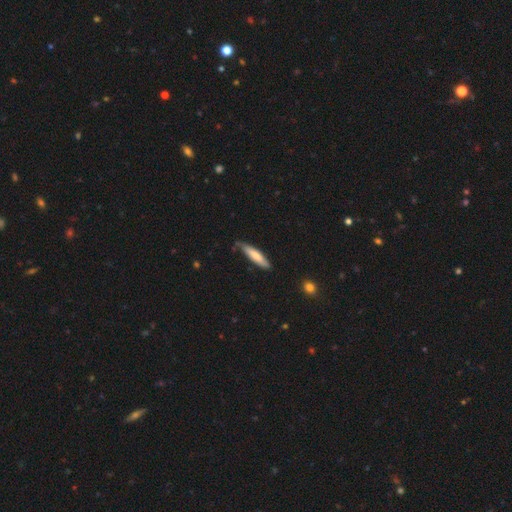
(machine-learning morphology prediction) smooth 71%, featured or disk 24%, star or artifact 5%. Down the decision tree: how rounded — cigar-shaped (82%); merging — none (69%).